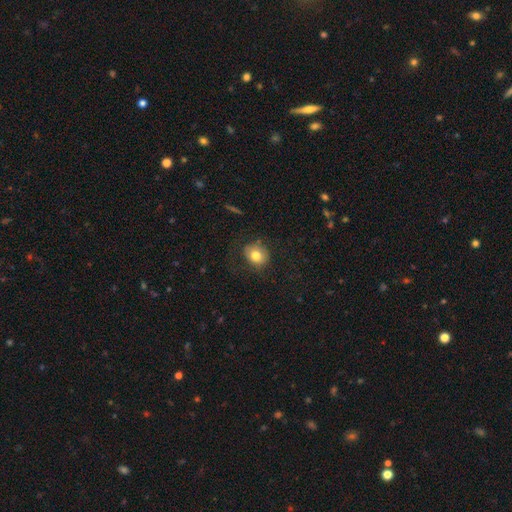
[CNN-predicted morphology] Smooth or featured? Predicted: smooth (p=0.77). How rounded? Predicted: round (p=0.66). Merging? Predicted: none (p=0.72).